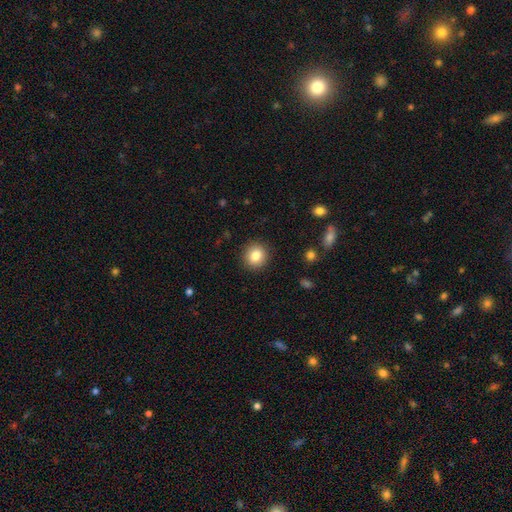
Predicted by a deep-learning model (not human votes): Smooth or featured? Predicted: smooth (p=0.84). How rounded? Predicted: round (p=0.88). Merging? Predicted: none (p=0.91).